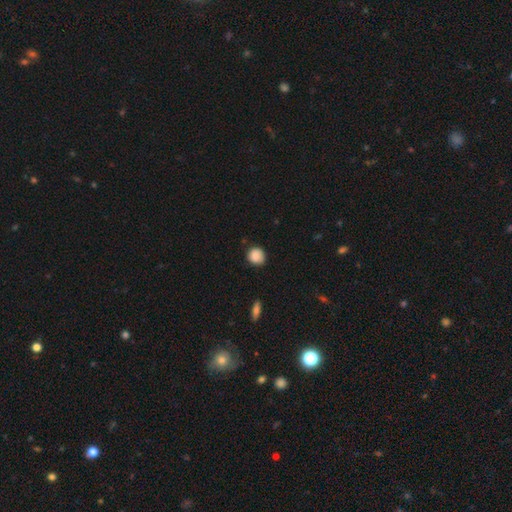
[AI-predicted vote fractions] Smooth or featured? Predicted: smooth (p=0.88). How rounded? Predicted: round (p=0.86). Merging? Predicted: none (p=0.80).